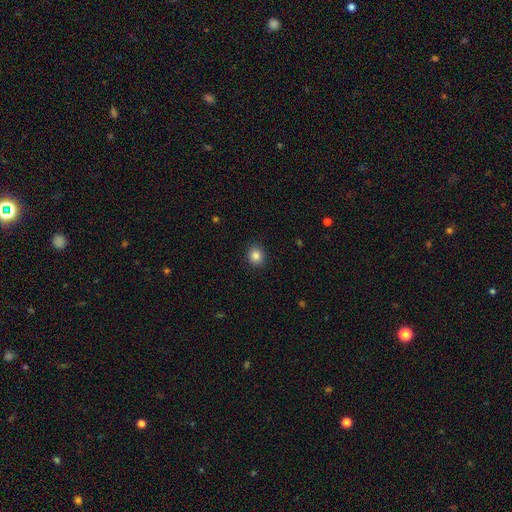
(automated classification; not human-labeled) Q: Smooth or featured?
A: smooth (86%); runner-up: star or artifact (10%)
Q: How rounded?
A: round (77%); runner-up: in between (22%)
Q: Merging?
A: none (90%); runner-up: minor disturbance (7%)